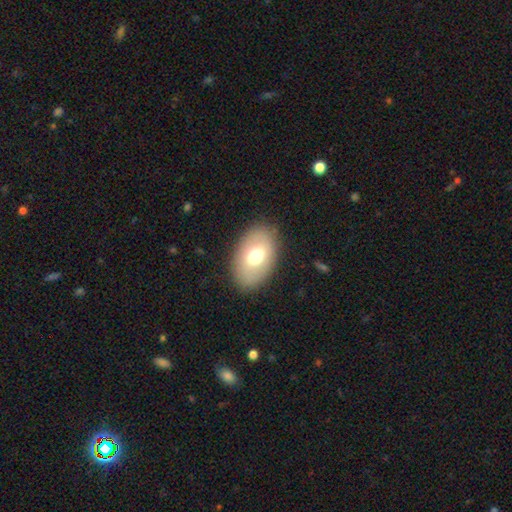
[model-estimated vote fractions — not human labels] This appears to be a smooth galaxy with no disk features (66%) that is in between round and cigar-shaped (90%). Merging: none (85%).